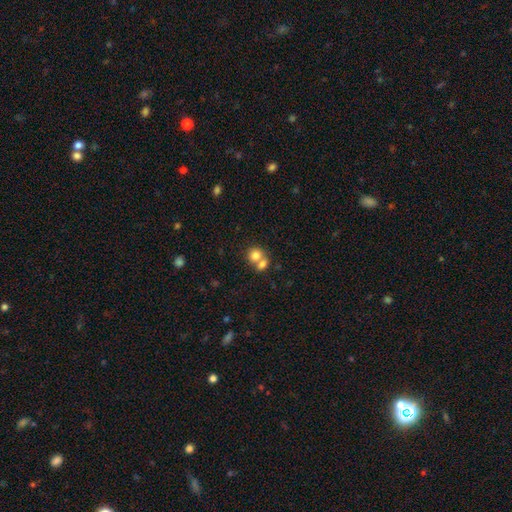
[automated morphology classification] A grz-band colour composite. It shows a smooth galaxy with no disk features (78%) that is round (74%). Merging: merger (58%).